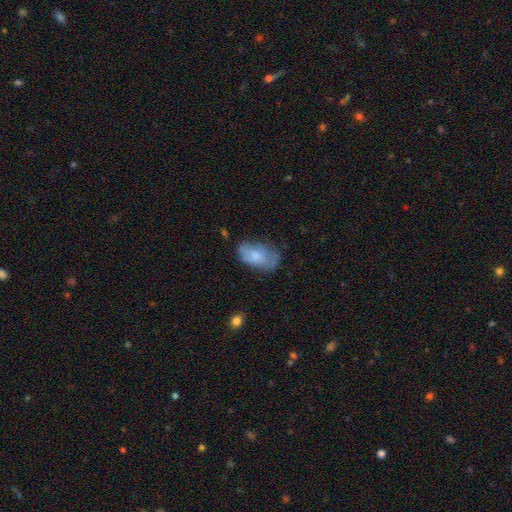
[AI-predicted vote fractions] Morphology: type=smooth (68%); roundness=in between (93%); merging=none (49%).